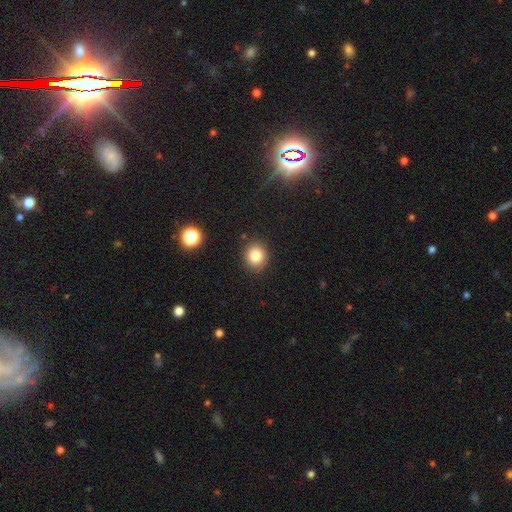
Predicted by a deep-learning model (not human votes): smooth_or_featured: smooth (p=0.82) [alt: star or artifact p=0.12]
how_rounded: round (p=0.84) [alt: in between p=0.15]
merging: none (p=0.88) [alt: minor disturbance p=0.08]